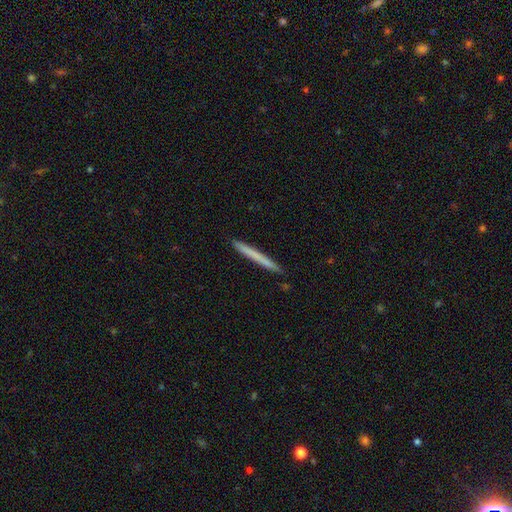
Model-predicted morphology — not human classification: This appears to be a smooth galaxy with no disk features (64%) that is cigar-shaped (97%). Merging: none (92%).